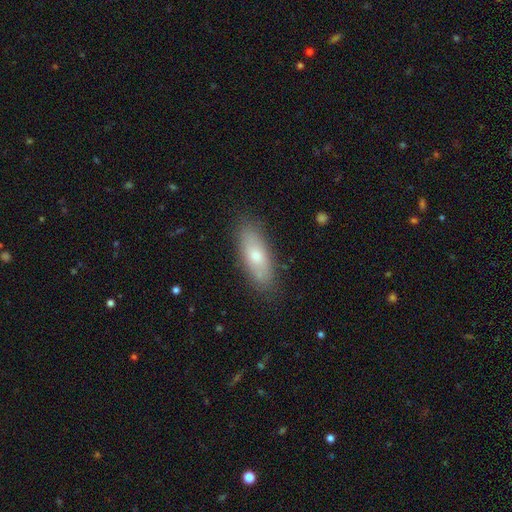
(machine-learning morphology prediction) The model was most divided on "how rounded": in between: 66%, cigar-shaped: 31%, round: 3%. More confident: merging — none (85%); smooth or featured — smooth (68%).